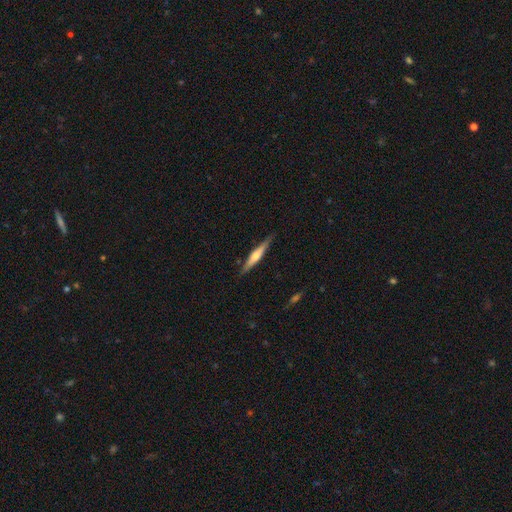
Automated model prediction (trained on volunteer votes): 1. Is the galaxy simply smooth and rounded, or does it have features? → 61% featured or disk, 34% smooth, 6% star or artifact.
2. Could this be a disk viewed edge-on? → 97% yes, 3% no.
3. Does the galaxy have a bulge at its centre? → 77% rounded, 12% boxy, 11% none.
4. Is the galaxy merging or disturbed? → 87% none, 10% minor disturbance, 2% major disturbance, 1% merger.